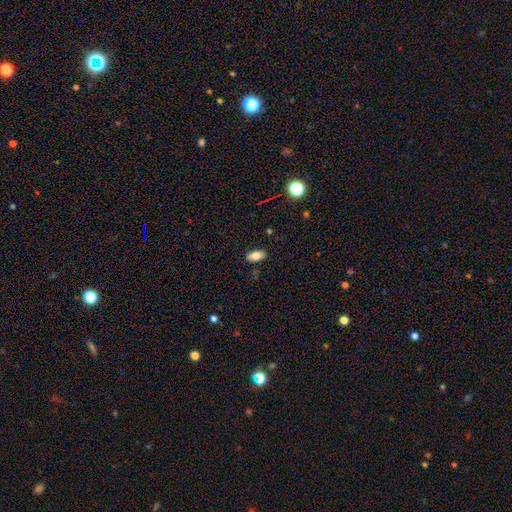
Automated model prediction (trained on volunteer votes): Smooth or featured?
  - smooth: 82% *
  - featured or disk: 9%
  - star or artifact: 9%
How rounded?
  - in between: 91% *
  - cigar-shaped: 5%
  - round: 3%
Merging?
  - none: 87% *
  - minor disturbance: 10%
  - major disturbance: 2%
  - merger: 1%